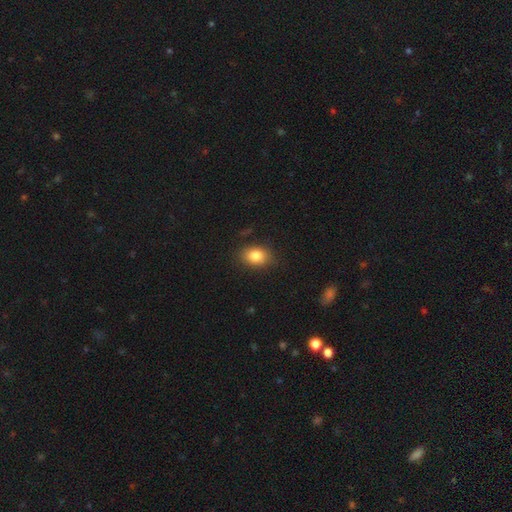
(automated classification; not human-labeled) A smooth galaxy with no disk features (83%) that is in between round and cigar-shaped (73%). Merging: none (83%).